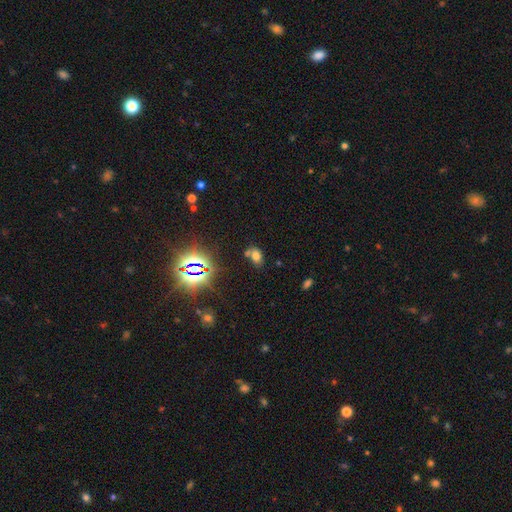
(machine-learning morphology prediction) This is likely a smooth galaxy (62%). How rounded: likely in between (77%). Merging: possibly none (54%).